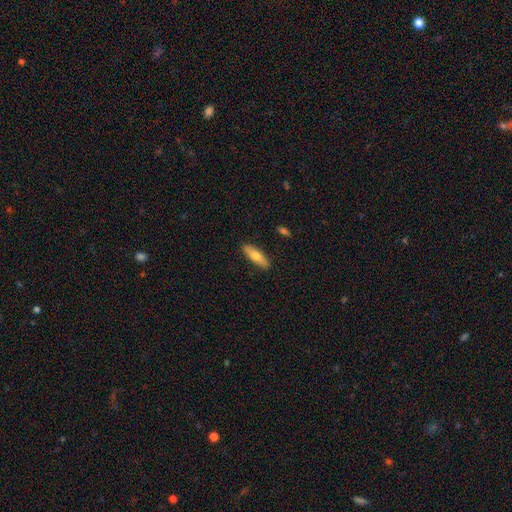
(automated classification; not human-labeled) Overall: smooth (65%; featured or disk 29%). How rounded: cigar-shaped (54%; in between 44%). Merging: none (89%).